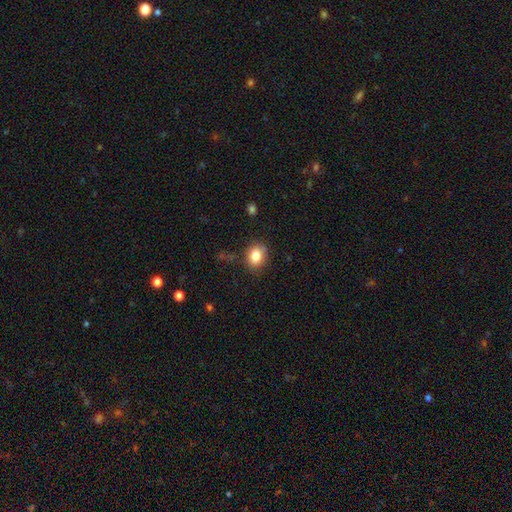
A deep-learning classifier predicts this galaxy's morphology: This appears to be a smooth galaxy with no disk features (83%) that is round (51%). Merging: none (81%).